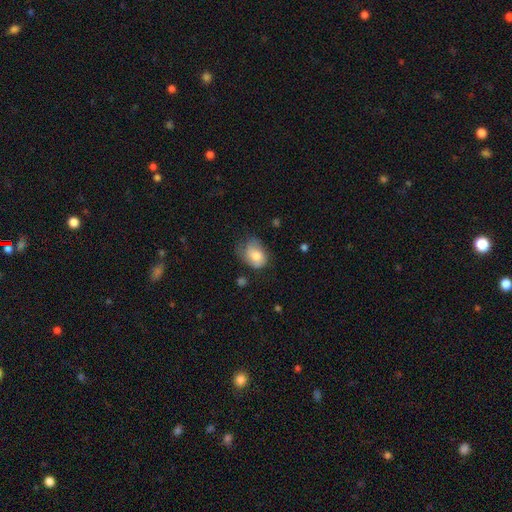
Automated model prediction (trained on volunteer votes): Smooth or featured: smooth — 72% (featured or disk — 20%)
How rounded: in between — 67% (round — 32%)
Merging: none — 42% (minor disturbance — 36%)